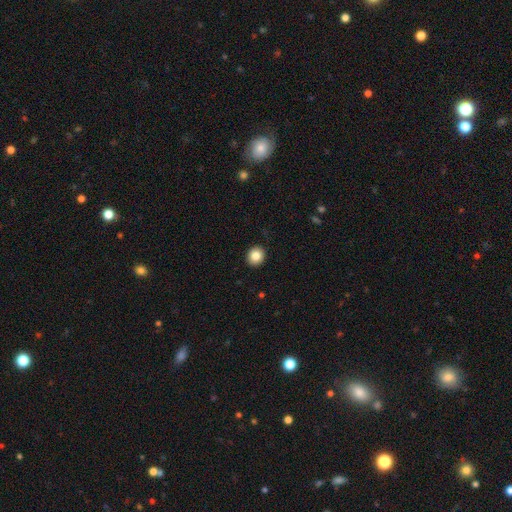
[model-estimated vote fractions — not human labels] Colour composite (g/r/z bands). It shows a smooth galaxy with no disk features (85%) that is round (79%). Merging: none (92%).